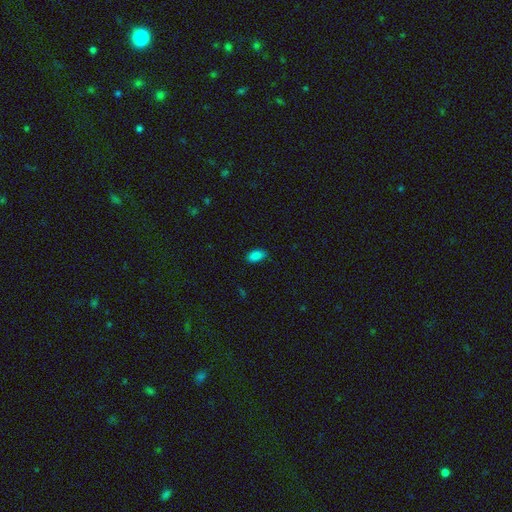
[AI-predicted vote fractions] Overall: smooth (86%). How rounded: in between (93%). Merging: none (80%).